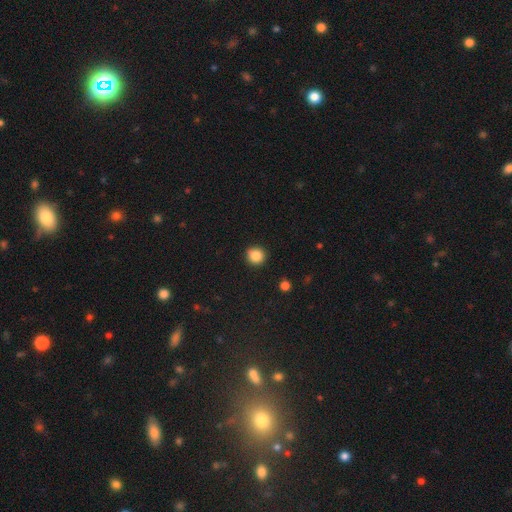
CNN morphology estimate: Overall: smooth (86%). How rounded: round (91%). Merging: none (91%).